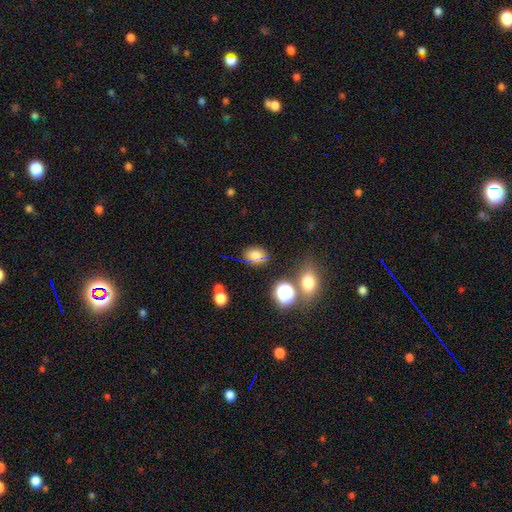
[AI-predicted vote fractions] A smooth galaxy with no disk features (64%) that is in between round and cigar-shaped (56%). Merging: none (62%).